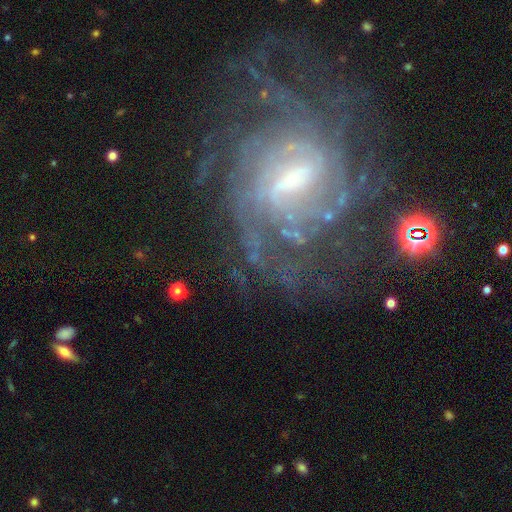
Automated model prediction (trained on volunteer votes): Smooth or featured? featured or disk (85%)
Edge-on disk? no (97%)
Bar? weak (48%)
Spiral arms? yes (93%)
Spiral winding? tight (55%)
Spiral arm count? can't tell (37%)
Bulge size? small (60%)
Merging? none (60%)